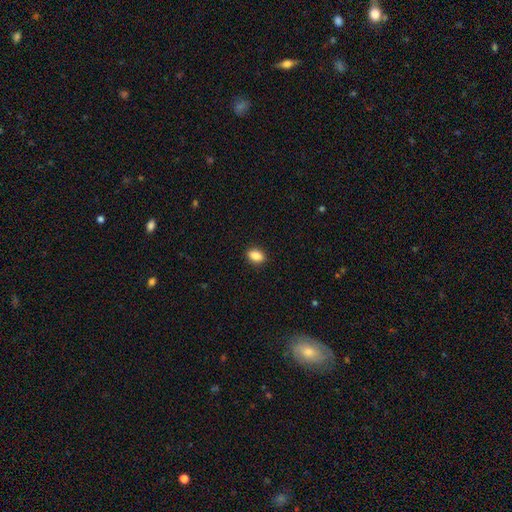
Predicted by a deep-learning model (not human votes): Q: Smooth or featured?
A: smooth (88%); runner-up: star or artifact (8%)
Q: How rounded?
A: in between (84%); runner-up: round (14%)
Q: Merging?
A: none (90%); runner-up: minor disturbance (7%)